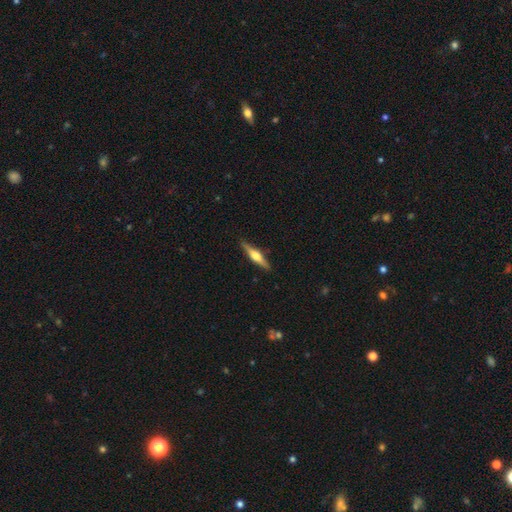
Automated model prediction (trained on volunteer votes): This appears to be a featured or disk galaxy (67%) viewed edge-on (98%) with a rounded central bulge (91%). Merging: none (90%).